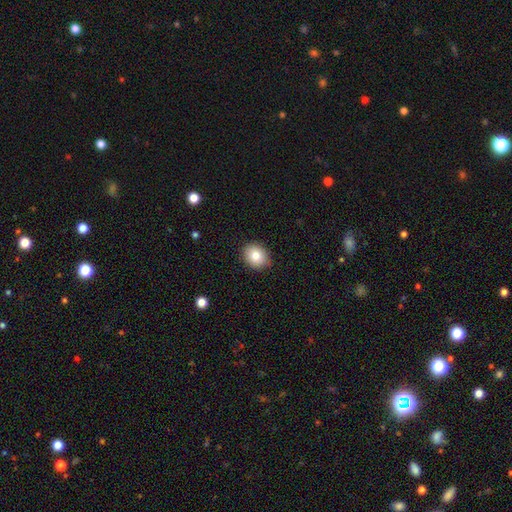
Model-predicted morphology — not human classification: smooth_or_featured: smooth (p=0.81) [alt: featured or disk p=0.10]
how_rounded: round (p=0.62) [alt: in between p=0.37]
merging: none (p=0.89) [alt: minor disturbance p=0.09]